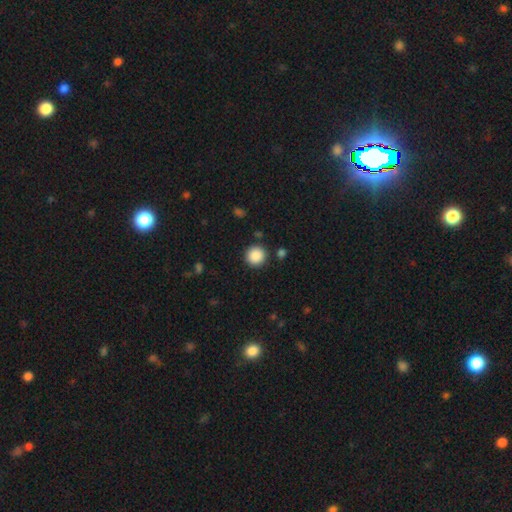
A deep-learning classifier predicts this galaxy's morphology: Smooth or featured? smooth (89%)
How rounded? round (94%)
Merging? none (89%)